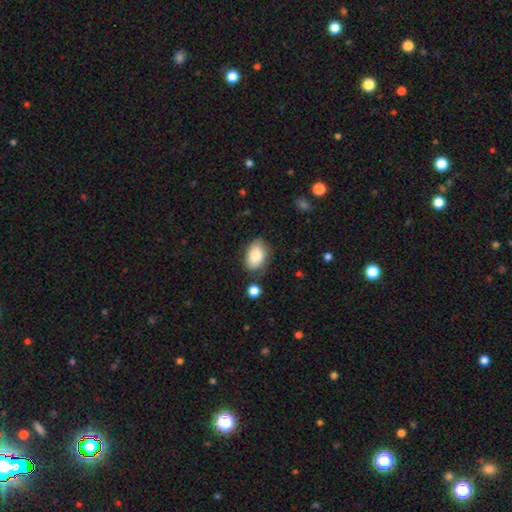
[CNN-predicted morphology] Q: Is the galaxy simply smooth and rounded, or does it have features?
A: smooth — 84%.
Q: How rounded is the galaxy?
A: in between — 90%.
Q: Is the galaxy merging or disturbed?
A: none — 69%.